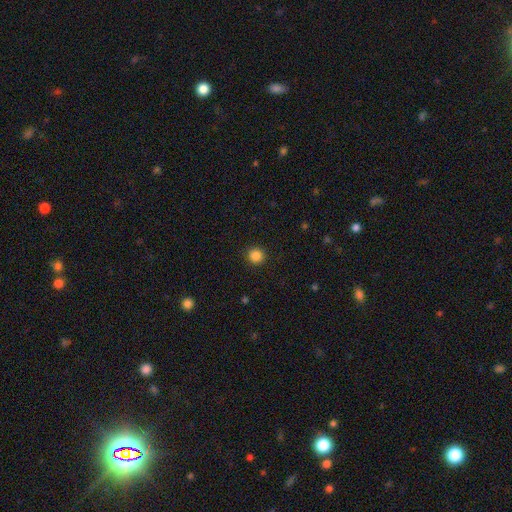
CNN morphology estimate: Smooth or featured?
  - smooth: 85% *
  - star or artifact: 11%
  - featured or disk: 4%
How rounded?
  - round: 95% *
  - in between: 4%
  - cigar-shaped: 1%
Merging?
  - none: 93% *
  - minor disturbance: 5%
  - major disturbance: 2%
  - merger: 1%